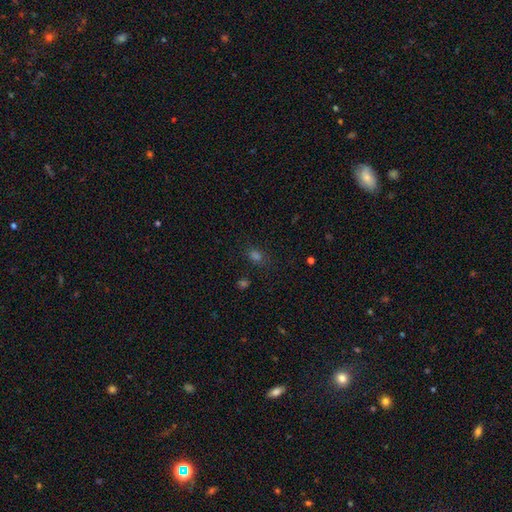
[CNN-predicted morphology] Smooth or featured: smooth — 66% (star or artifact — 29%)
How rounded: in between — 55% (round — 43%)
Merging: none — 81% (minor disturbance — 12%)